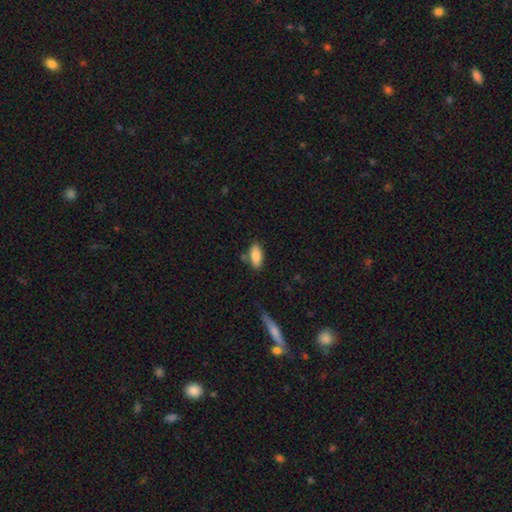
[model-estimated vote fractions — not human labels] The model was most divided on "merging": none: 77%, minor disturbance: 14%, merger: 6%, major disturbance: 3%. More confident: how rounded — in between (89%); smooth or featured — smooth (87%).